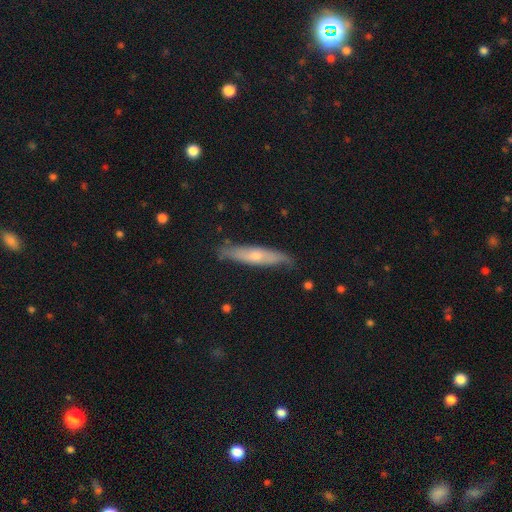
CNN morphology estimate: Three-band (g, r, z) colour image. It shows a featured or disk galaxy (48%). Merging: none (80%).